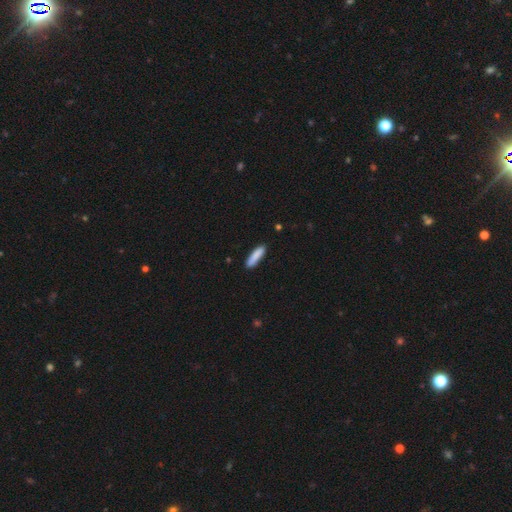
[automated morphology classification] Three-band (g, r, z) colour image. It shows a smooth galaxy with no disk features (86%) that is cigar-shaped (79%). Merging: none (84%).